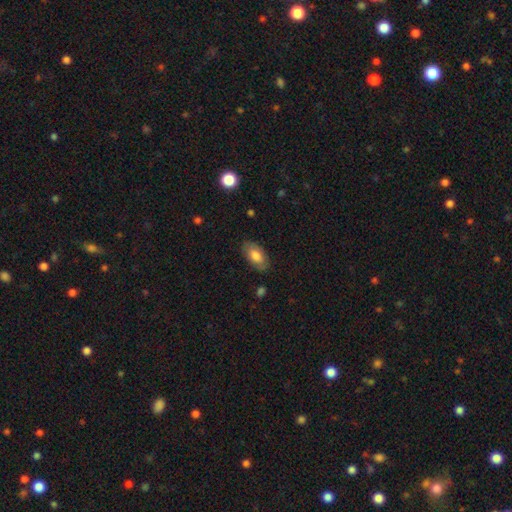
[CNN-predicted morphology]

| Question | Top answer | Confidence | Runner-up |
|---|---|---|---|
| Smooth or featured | smooth | 71% | featured or disk (23%) |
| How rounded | in between | 94% | round (4%) |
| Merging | none | 81% | minor disturbance (14%) |